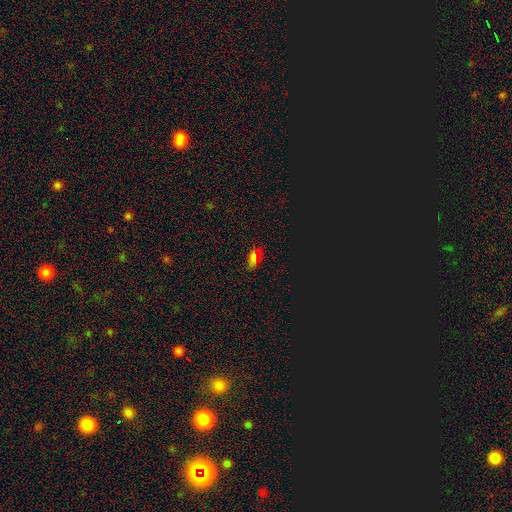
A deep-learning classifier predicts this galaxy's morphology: Overall: smooth (58%; star or artifact 34%). How rounded: in between (86%). Merging: none (78%).